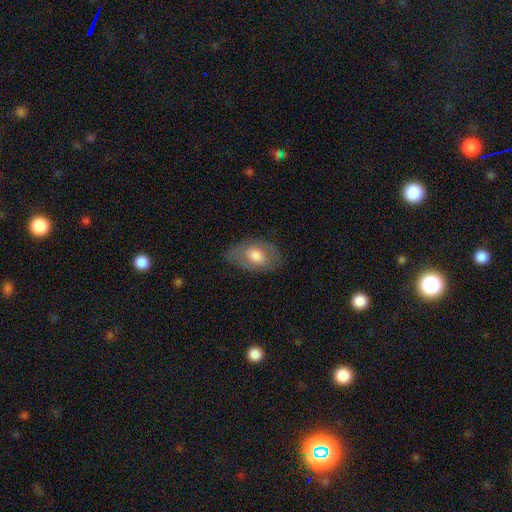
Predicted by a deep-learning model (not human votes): Morphology: type=smooth (59%); roundness=in between (90%); merging=none (73%).